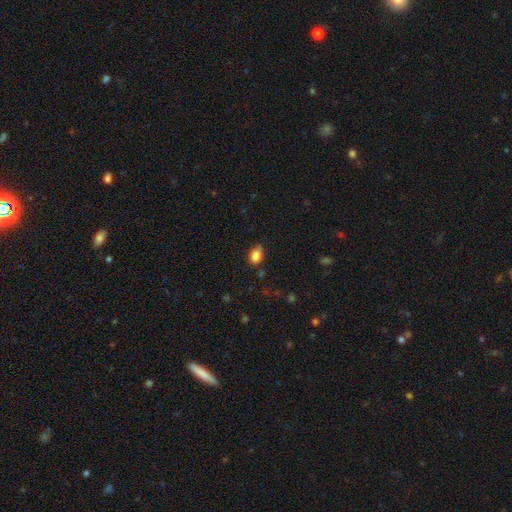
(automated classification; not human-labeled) Overall: smooth (86%). How rounded: in between (79%). Merging: none (69%).